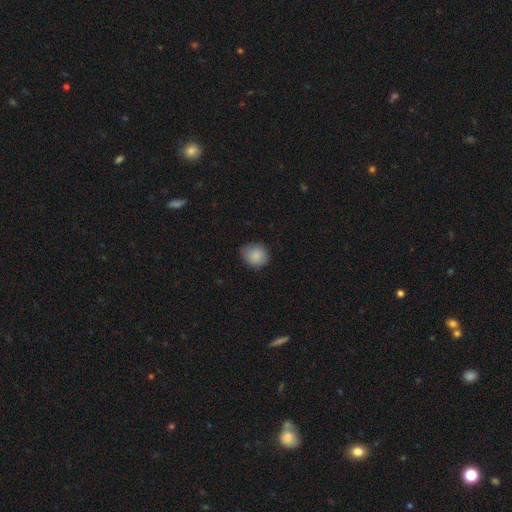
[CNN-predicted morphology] Smooth or featured?
  - smooth: 87% *
  - star or artifact: 8%
  - featured or disk: 5%
How rounded?
  - round: 75% *
  - in between: 24%
  - cigar-shaped: 1%
Merging?
  - none: 78% *
  - minor disturbance: 18%
  - major disturbance: 3%
  - merger: 1%